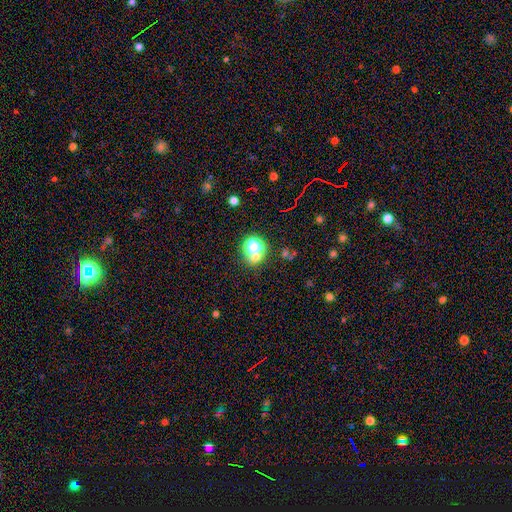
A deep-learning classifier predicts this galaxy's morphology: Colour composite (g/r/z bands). It shows a smooth galaxy with no disk features (51%) that is round (76%). Merging: none (62%).